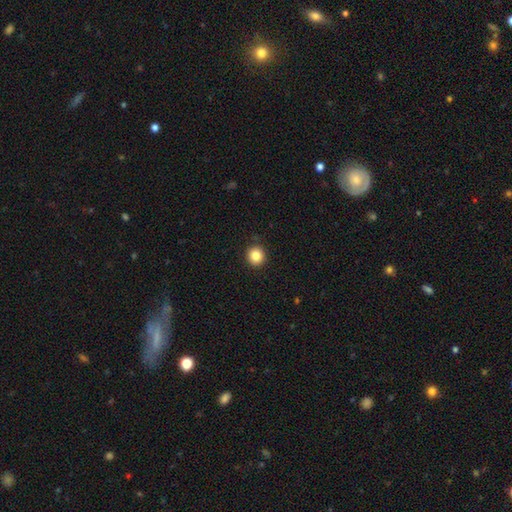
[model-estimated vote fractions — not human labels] Smooth or featured?
  - smooth: 85% *
  - star or artifact: 10%
  - featured or disk: 4%
How rounded?
  - round: 92% *
  - in between: 7%
  - cigar-shaped: 1%
Merging?
  - none: 91% *
  - minor disturbance: 6%
  - major disturbance: 2%
  - merger: 1%